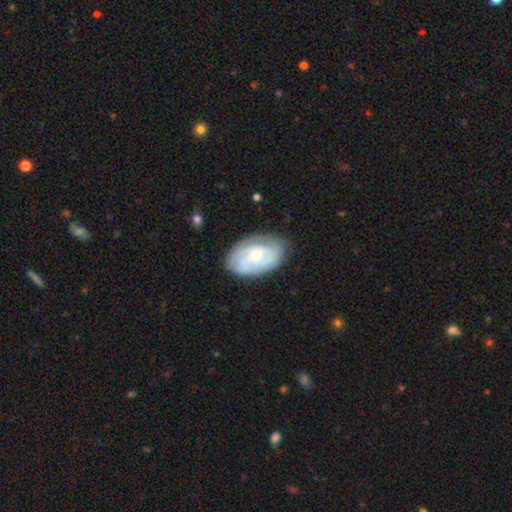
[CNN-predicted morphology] Smooth or featured? Predicted: featured or disk (p=0.64). Edge-on disk? Predicted: no (p=0.96). Bar? Predicted: no (p=0.60). Spiral arms? Predicted: yes (p=0.77). Bulge size? Predicted: small (p=0.58). Merging? Predicted: none (p=0.73).